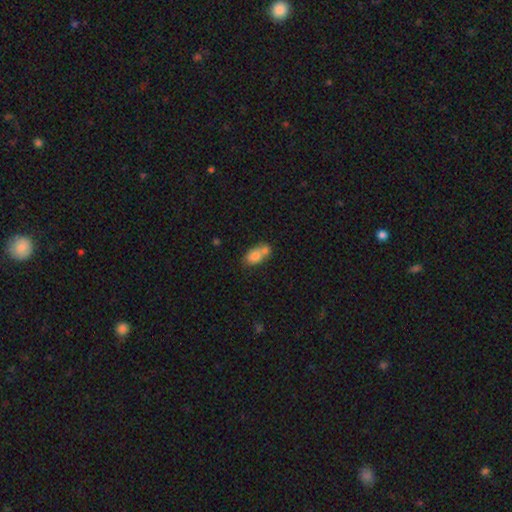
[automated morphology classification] smooth-or-featured: smooth: 76% | featured or disk: 15% | star or artifact: 9%
  how-rounded: in between: 82% | round: 15% | cigar-shaped: 3%
  merging: merger: 51% | none: 32% | minor disturbance: 12% | major disturbance: 5%